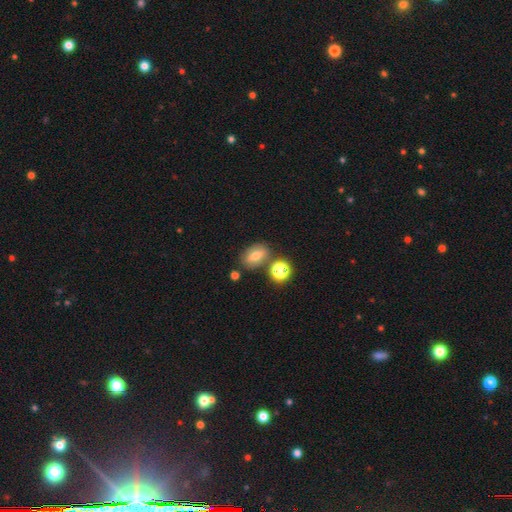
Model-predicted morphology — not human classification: smooth 67%, featured or disk 18%, star or artifact 15%. Down the decision tree: how rounded — in between (75%); merging — none (70%).